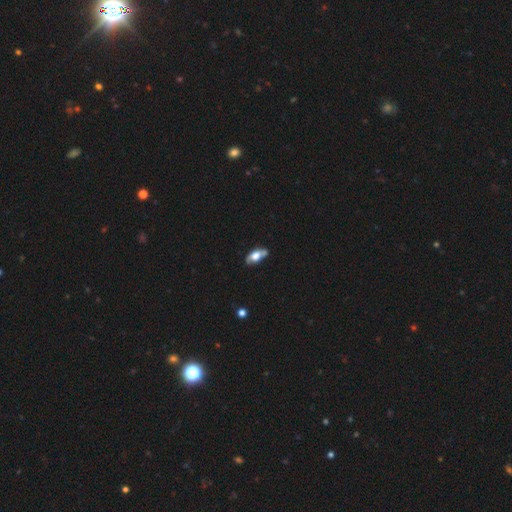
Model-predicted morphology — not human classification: This is possibly a smooth galaxy (54%). How rounded: clearly in between (85%). Merging: possibly none (54%).